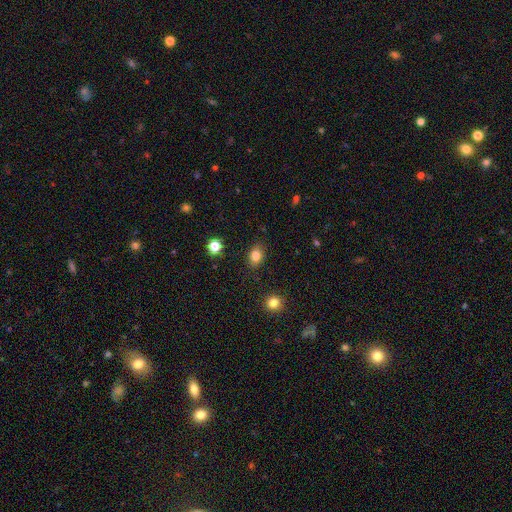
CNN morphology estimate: smooth-or-featured: smooth: 83% | star or artifact: 11% | featured or disk: 6%
  how-rounded: in between: 65% | round: 34% | cigar-shaped: 1%
  merging: none: 85% | minor disturbance: 10% | major disturbance: 3% | merger: 2%